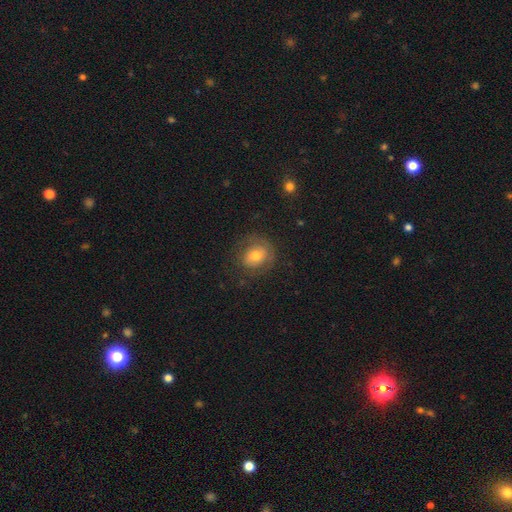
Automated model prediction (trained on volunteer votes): smooth-or-featured: smooth: 53% | featured or disk: 38% | star or artifact: 9%
  how-rounded: round: 69% | in between: 30% | cigar-shaped: 1%
  merging: none: 71% | minor disturbance: 17% | major disturbance: 11% | merger: 1%